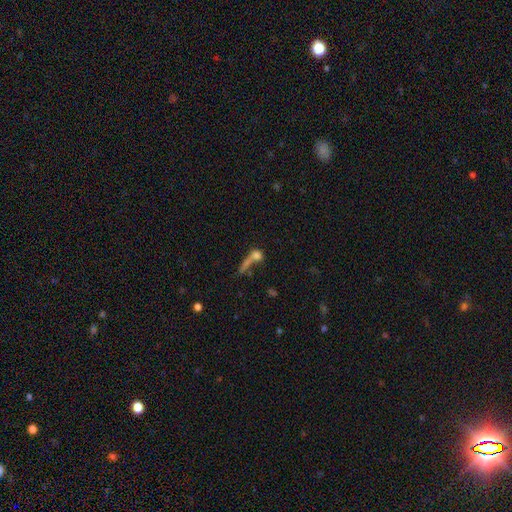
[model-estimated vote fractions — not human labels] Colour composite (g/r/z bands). It shows a smooth galaxy with no disk features (43%). Merging: none (36%).